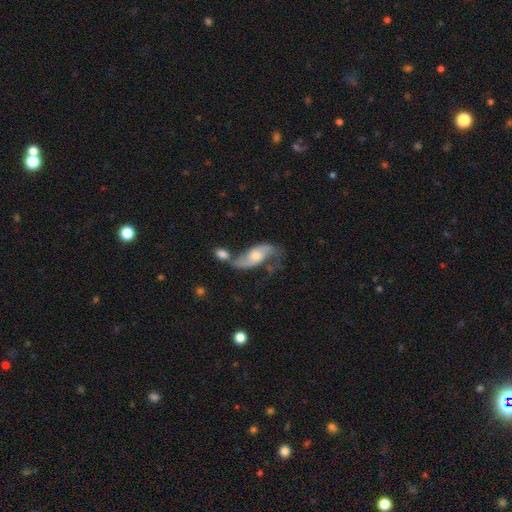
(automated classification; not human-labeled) This is likely a featured or disk galaxy (78%). It is clearly not viewed edge-on (93%). Bar: likely no (60%). Spiral arm pattern: clearly yes (92%). Spiral arm count: clearly 2 (89%). Spiral winding: likely loose (69%). Central bulge: possibly moderate (58%). Merging: marginally none (37%).